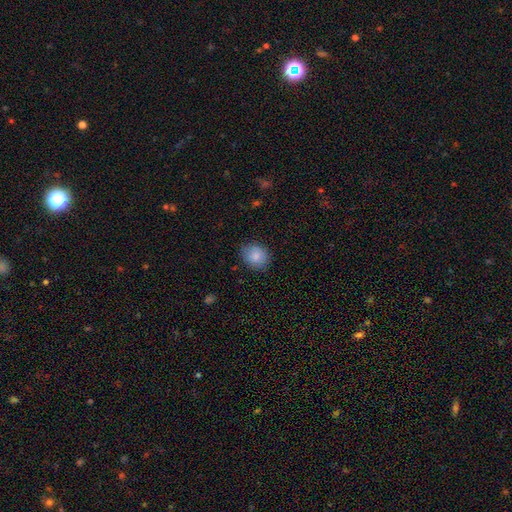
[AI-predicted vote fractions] A smooth galaxy with no disk features (86%) that is round (64%). Merging: none (85%).